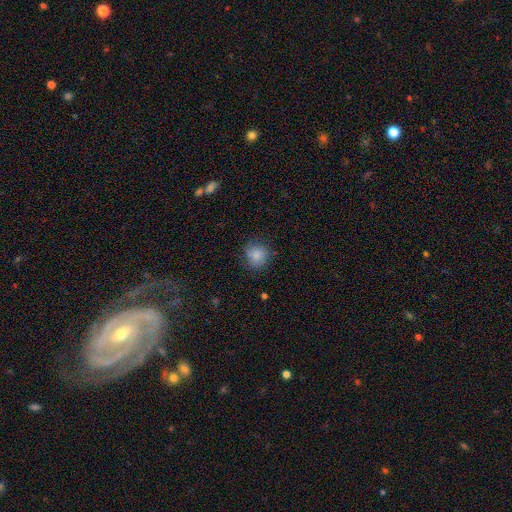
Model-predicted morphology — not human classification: Smooth or featured? Predicted: smooth (p=0.82). How rounded? Predicted: round (p=0.87). Merging? Predicted: none (p=0.81).